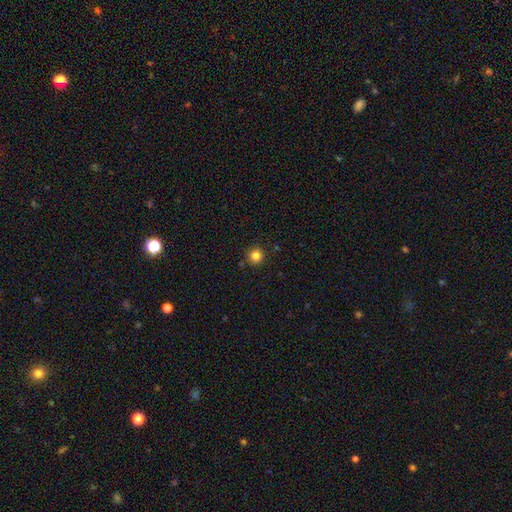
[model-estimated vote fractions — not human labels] A smooth galaxy with no disk features (83%) that is round (95%).

Vote fractions:
- Smooth or featured? smooth: 83% / star or artifact: 12% / featured or disk: 5%
- How rounded? round: 95% / in between: 4% / cigar-shaped: 1%
- Merging? none: 90% / minor disturbance: 6% / merger: 2% / major disturbance: 2%